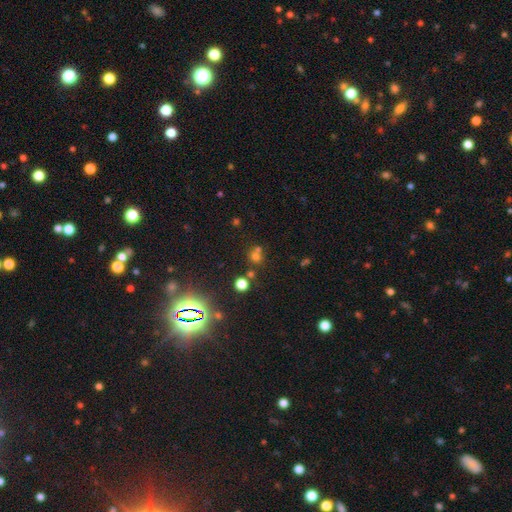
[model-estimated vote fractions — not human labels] This is possibly a smooth galaxy (55%). How rounded: clearly round (87%). Merging: possibly none (58%).